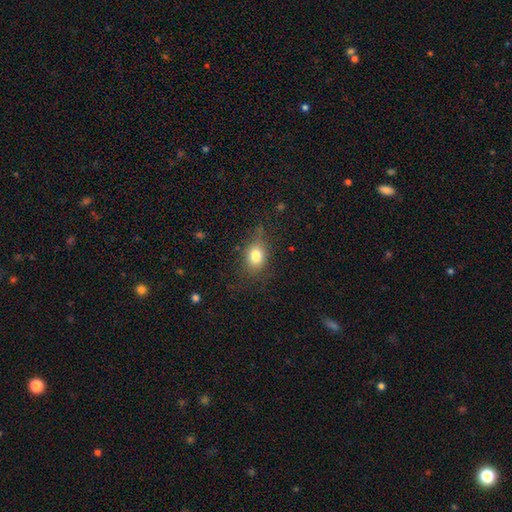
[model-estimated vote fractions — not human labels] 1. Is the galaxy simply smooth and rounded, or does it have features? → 79% smooth, 11% star or artifact, 10% featured or disk.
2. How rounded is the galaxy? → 60% in between, 38% round, 2% cigar-shaped.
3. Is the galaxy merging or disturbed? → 71% none, 20% minor disturbance, 7% major disturbance, 2% merger.